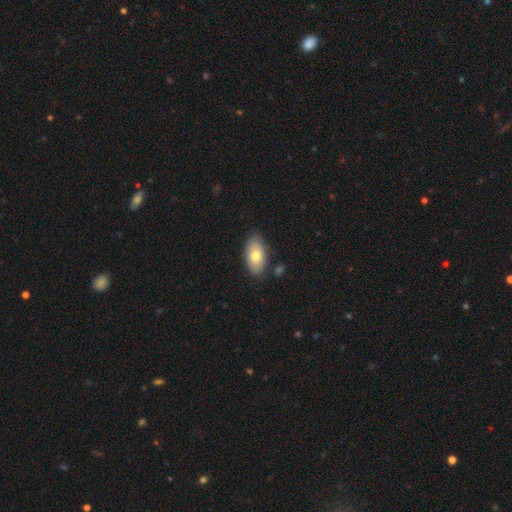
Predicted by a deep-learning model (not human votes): This appears to be a smooth galaxy with no disk features (75%) that is in between round and cigar-shaped (92%). Merging: none (81%).